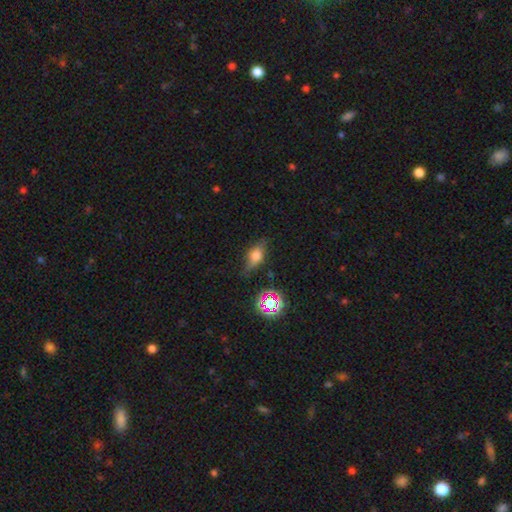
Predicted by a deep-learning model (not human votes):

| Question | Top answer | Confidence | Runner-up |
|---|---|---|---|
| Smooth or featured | smooth | 57% | featured or disk (27%) |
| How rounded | in between | 76% | cigar-shaped (13%) |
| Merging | none | 70% | minor disturbance (22%) |